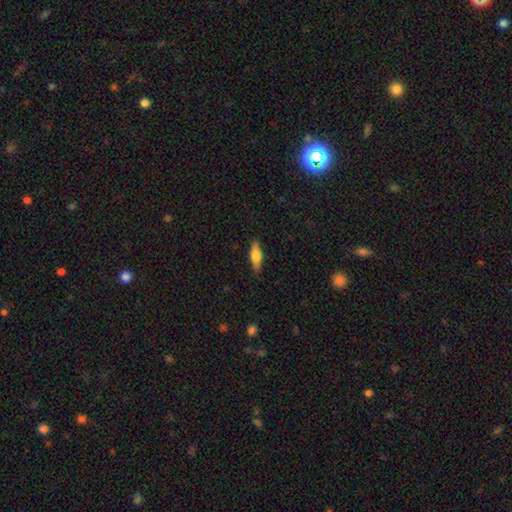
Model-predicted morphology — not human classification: A smooth galaxy with no disk features (66%) that is in between round and cigar-shaped (57%).

Vote fractions:
- Smooth or featured? smooth: 66% / featured or disk: 28% / star or artifact: 6%
- How rounded? in between: 57% / cigar-shaped: 40% / round: 3%
- Merging? none: 84% / minor disturbance: 12% / major disturbance: 2% / merger: 1%